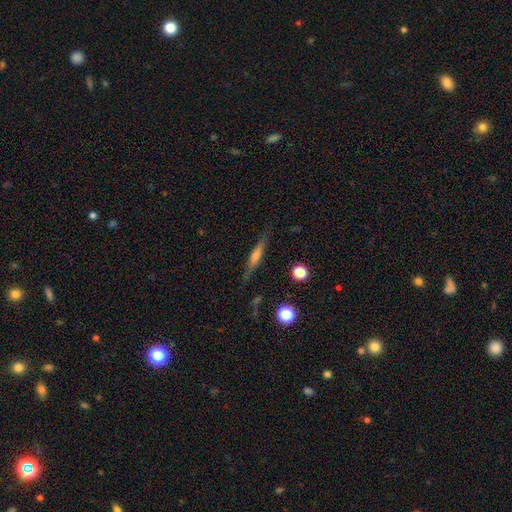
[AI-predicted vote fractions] Smooth or featured?
  - featured or disk: 58% *
  - smooth: 33%
  - star or artifact: 9%
Edge-on disk?
  - yes: 95% *
  - no: 5%
Edge-on bulge?
  - rounded: 64% *
  - none: 22%
  - boxy: 14%
Merging?
  - none: 84% *
  - minor disturbance: 11%
  - major disturbance: 3%
  - merger: 2%